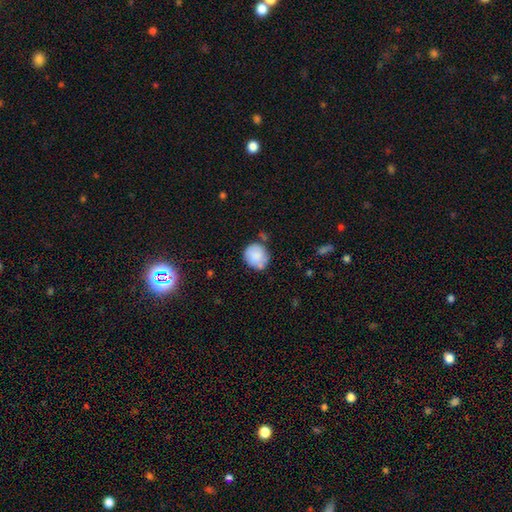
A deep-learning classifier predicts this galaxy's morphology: Smooth or featured: smooth — 82% (featured or disk — 11%)
How rounded: round — 79% (in between — 20%)
Merging: none — 61% (minor disturbance — 24%)